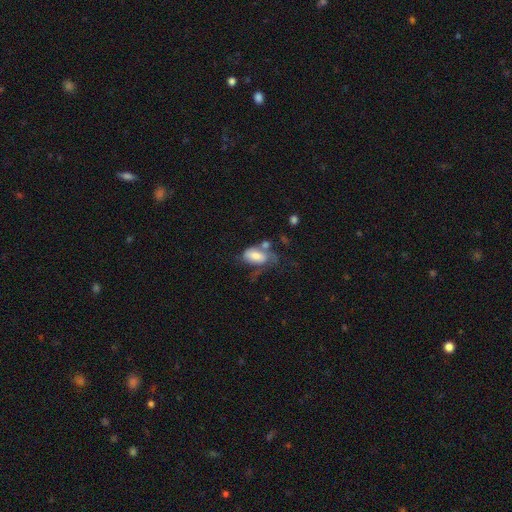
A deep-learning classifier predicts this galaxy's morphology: This appears to be a smooth galaxy with no disk features (60%) that is in between round and cigar-shaped (90%). Merging: major disturbance (29%).